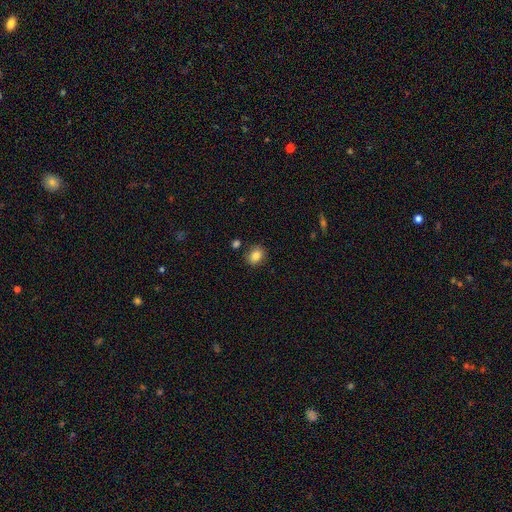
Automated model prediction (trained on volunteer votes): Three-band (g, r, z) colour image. It shows a smooth galaxy with no disk features (84%) that is round (57%). Merging: none (84%).